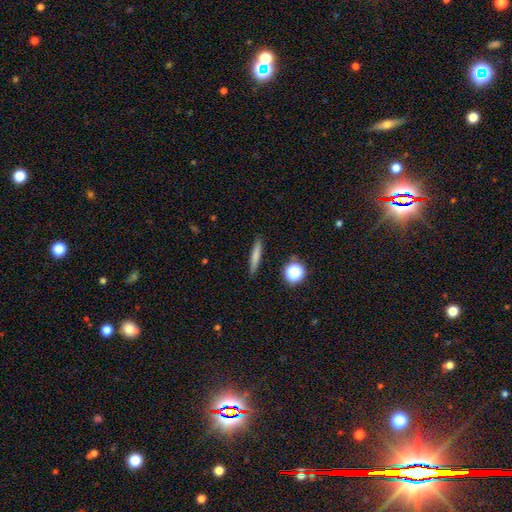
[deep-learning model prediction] Smooth or featured?
  - smooth: 74% *
  - featured or disk: 16%
  - star or artifact: 10%
How rounded?
  - cigar-shaped: 88% *
  - in between: 8%
  - round: 4%
Merging?
  - none: 89% *
  - minor disturbance: 8%
  - major disturbance: 2%
  - merger: 2%